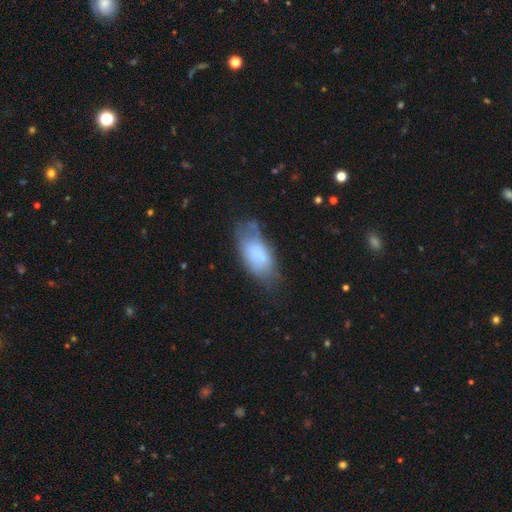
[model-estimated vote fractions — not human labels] A smooth galaxy with no disk features (69%) that is in between round and cigar-shaped (89%). Merging: none (52%).